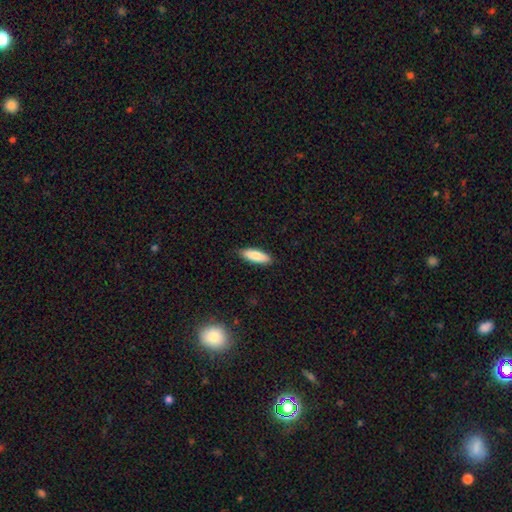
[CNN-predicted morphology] type=smooth (86%); roundness=in between (56%); merging=none (87%).